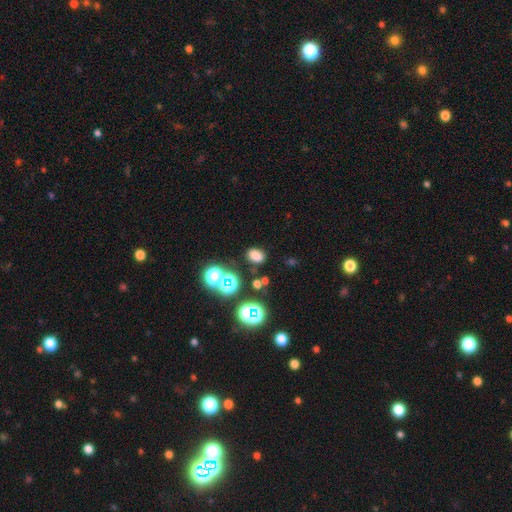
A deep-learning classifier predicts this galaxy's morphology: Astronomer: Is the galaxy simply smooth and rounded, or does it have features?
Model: smooth — 72%.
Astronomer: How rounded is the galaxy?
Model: in between — 72%.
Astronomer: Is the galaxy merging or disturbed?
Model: none — 80%.